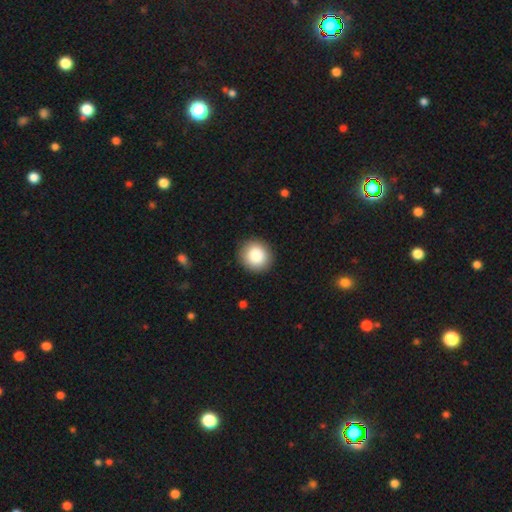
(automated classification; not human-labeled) Q: Smooth or featured?
A: smooth (86%); runner-up: star or artifact (8%)
Q: How rounded?
A: round (90%); runner-up: in between (9%)
Q: Merging?
A: none (91%); runner-up: minor disturbance (6%)